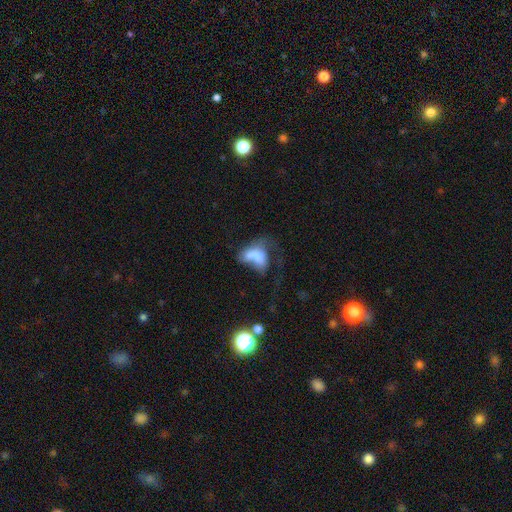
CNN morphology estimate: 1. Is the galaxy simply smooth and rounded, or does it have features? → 57% smooth, 32% featured or disk, 11% star or artifact.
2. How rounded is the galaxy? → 84% in between, 14% round, 3% cigar-shaped.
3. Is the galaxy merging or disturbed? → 41% merger, 34% major disturbance, 14% none, 11% minor disturbance.